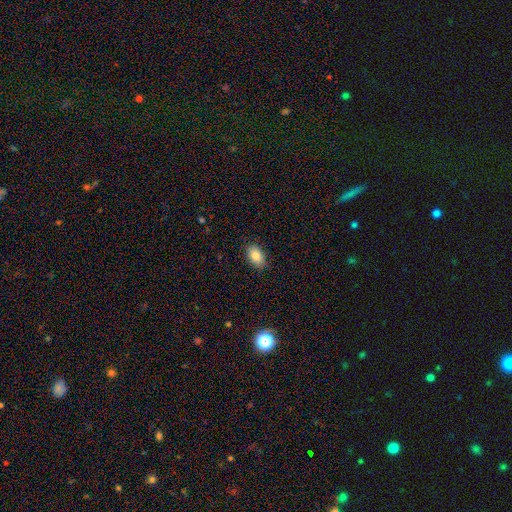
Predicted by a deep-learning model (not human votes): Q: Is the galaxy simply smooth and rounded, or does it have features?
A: smooth — 84%.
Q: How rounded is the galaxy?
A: in between — 90%.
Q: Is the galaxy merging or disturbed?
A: none — 87%.